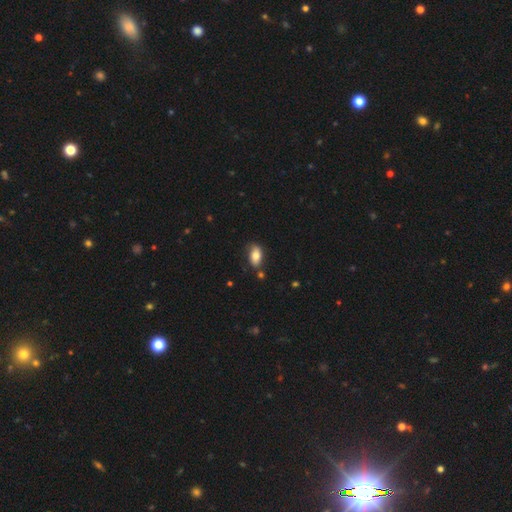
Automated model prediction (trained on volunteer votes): This appears to be a smooth galaxy with no disk features (80%) that is in between round and cigar-shaped (91%). Merging: none (74%).